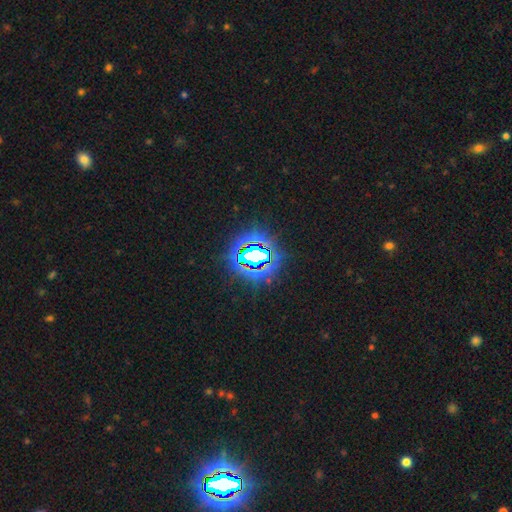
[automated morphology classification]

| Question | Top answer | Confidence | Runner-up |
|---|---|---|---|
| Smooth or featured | star or artifact | 74% | smooth (14%) |